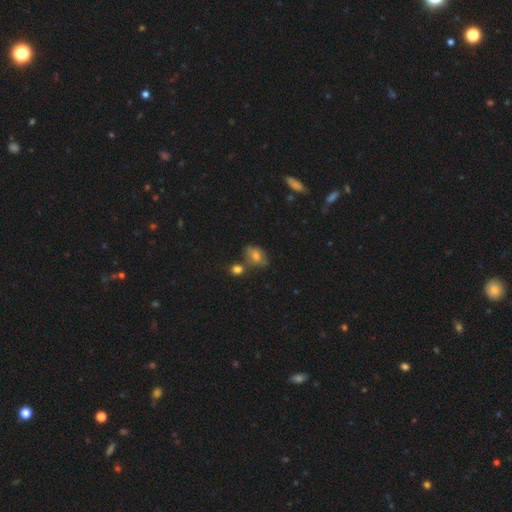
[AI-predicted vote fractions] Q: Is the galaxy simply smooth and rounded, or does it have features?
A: smooth — 64%.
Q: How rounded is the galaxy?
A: in between — 74%.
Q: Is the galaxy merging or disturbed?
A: none — 55%.